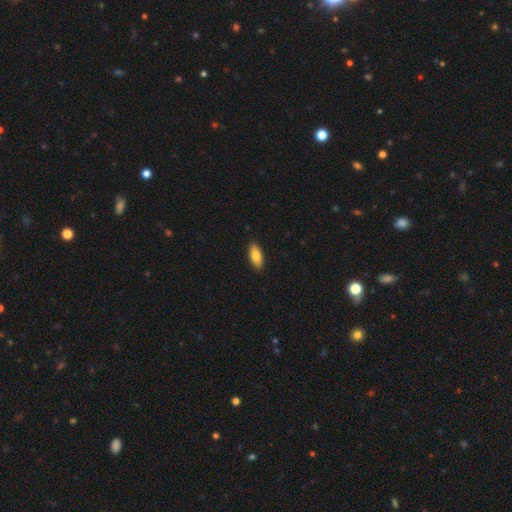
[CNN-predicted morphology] A smooth galaxy with no disk features (82%) that is in between round and cigar-shaped (88%).

Vote fractions:
- Smooth or featured? smooth: 82% / featured or disk: 11% / star or artifact: 6%
- How rounded? in between: 88% / cigar-shaped: 9% / round: 2%
- Merging? none: 90% / minor disturbance: 8% / major disturbance: 2% / merger: 1%